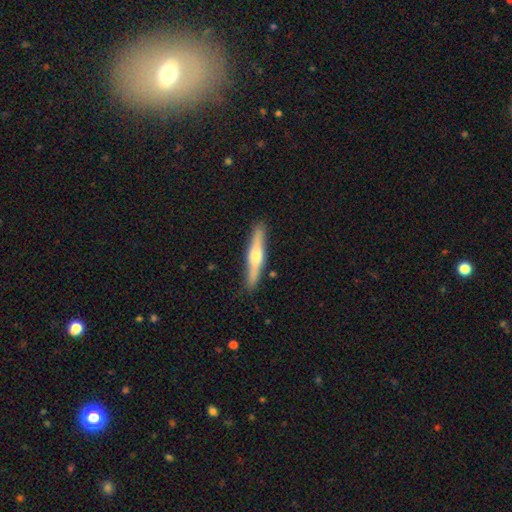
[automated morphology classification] The model was most divided on "smooth or featured": featured or disk: 58%, smooth: 36%, star or artifact: 6%. More confident: edge-on disk — yes (96%); edge-on bulge — rounded (89%); merging — none (89%).